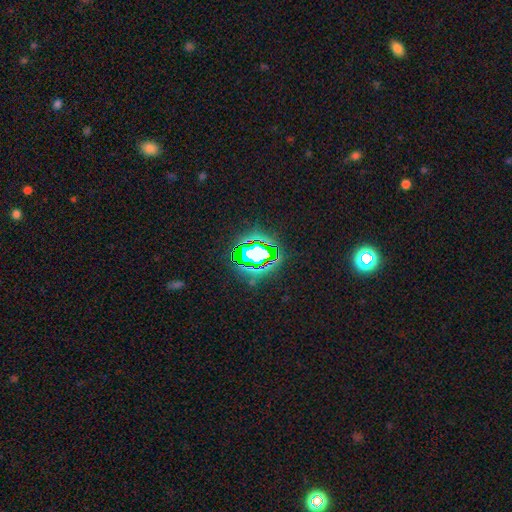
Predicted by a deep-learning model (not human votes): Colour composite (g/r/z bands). It shows a star or artifact, not a galaxy (67%).